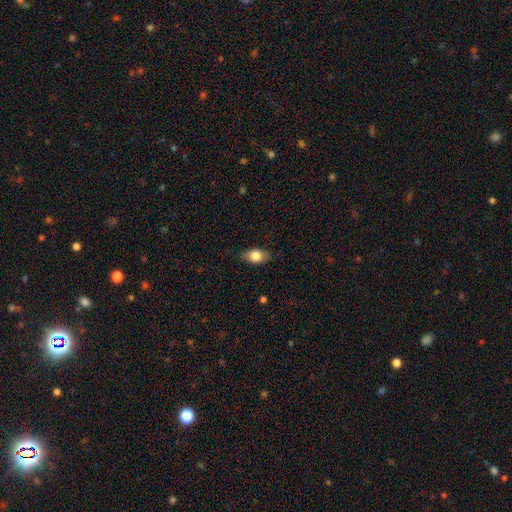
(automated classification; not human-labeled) smooth_or_featured: smooth (p=0.78) [alt: featured or disk p=0.15]
how_rounded: in between (p=0.84) [alt: round p=0.12]
merging: none (p=0.83) [alt: minor disturbance p=0.13]